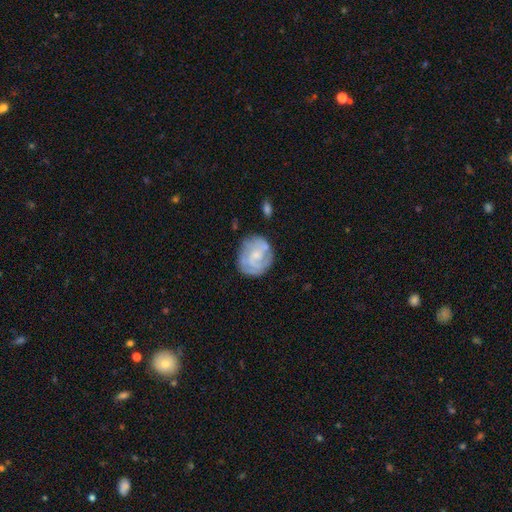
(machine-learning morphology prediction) Smooth or featured: featured or disk — 65% (smooth — 29%)
Edge-on disk: no — 98% (yes — 2%)
Bar: no — 65% (weak — 30%)
Spiral arms: yes — 77% (no — 23%)
Bulge size: small — 49% (moderate — 34%)
Merging: none — 68% (minor disturbance — 21%)